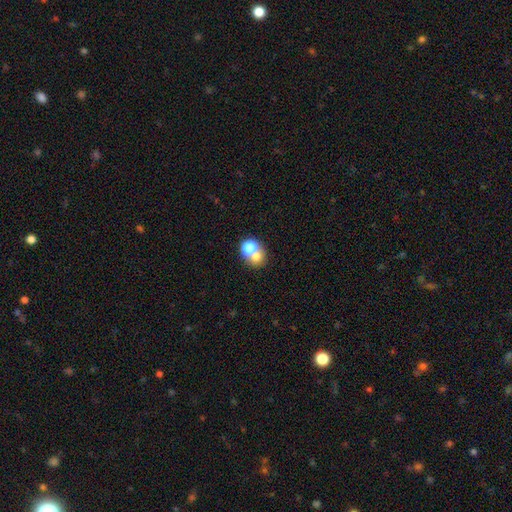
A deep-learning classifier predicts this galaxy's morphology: Smooth or featured?
  - smooth: 67% *
  - star or artifact: 17%
  - featured or disk: 16%
How rounded?
  - round: 72% *
  - in between: 27%
  - cigar-shaped: 1%
Merging?
  - merger: 50% *
  - none: 40%
  - minor disturbance: 6%
  - major disturbance: 4%